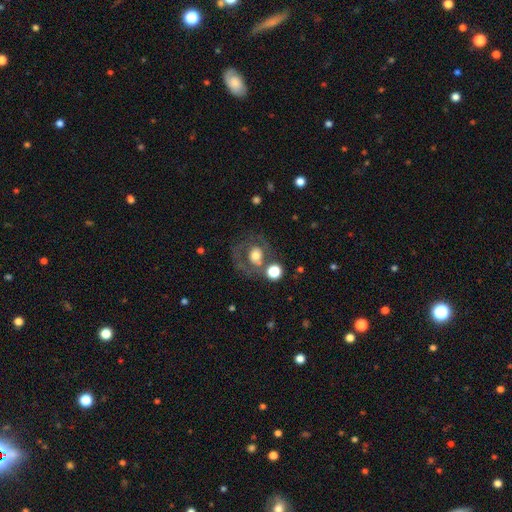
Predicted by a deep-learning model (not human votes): A smooth galaxy with no disk features (47%).

Vote fractions:
- Smooth or featured? smooth: 47% / featured or disk: 41% / star or artifact: 11%
- Merging? none: 54% / major disturbance: 16% / minor disturbance: 16% / merger: 14%